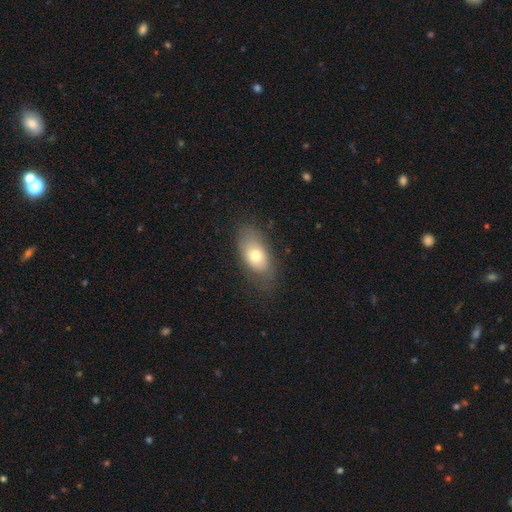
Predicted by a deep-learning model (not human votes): Q: Smooth or featured?
A: smooth (70%); runner-up: featured or disk (22%)
Q: How rounded?
A: in between (89%); runner-up: round (8%)
Q: Merging?
A: none (70%); runner-up: minor disturbance (21%)